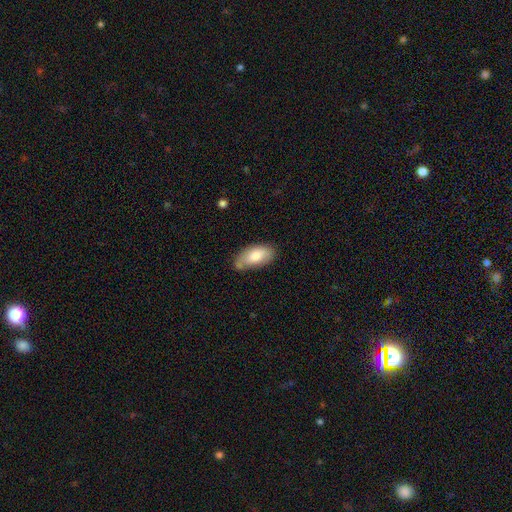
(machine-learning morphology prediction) Overall: smooth (79%). How rounded: in between (91%). Merging: none (60%; minor disturbance 27%).